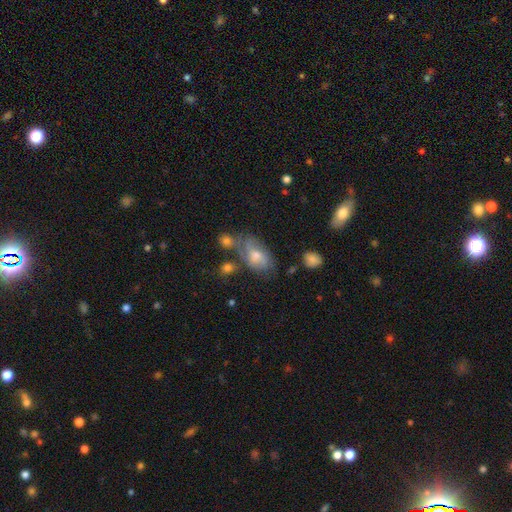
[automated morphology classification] The model was most divided on "smooth or featured" (2-way tie): featured or disk: 44%, smooth: 44%, star or artifact: 12%. Remaining: merging — none (44%).